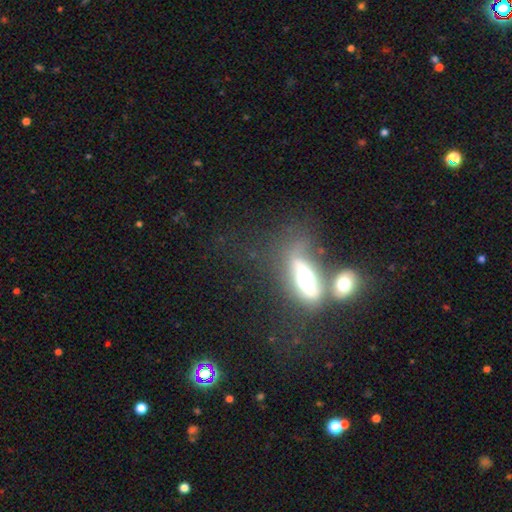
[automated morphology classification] type=featured or disk (46%); merging=merger (43%).